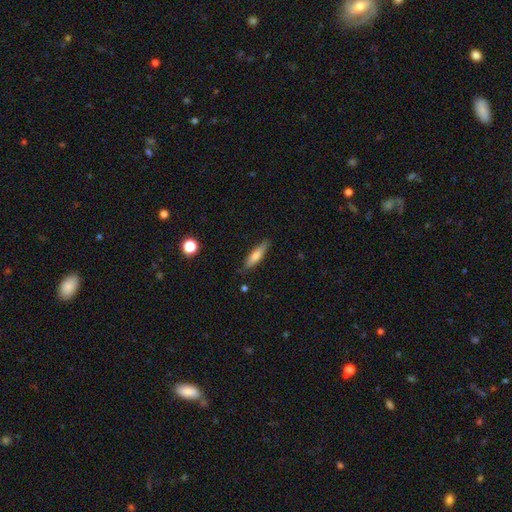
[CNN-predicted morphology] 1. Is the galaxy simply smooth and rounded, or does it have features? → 67% smooth, 26% featured or disk, 6% star or artifact.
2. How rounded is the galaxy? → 73% cigar-shaped, 25% in between, 2% round.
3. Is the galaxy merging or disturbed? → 84% none, 12% minor disturbance, 2% major disturbance, 2% merger.